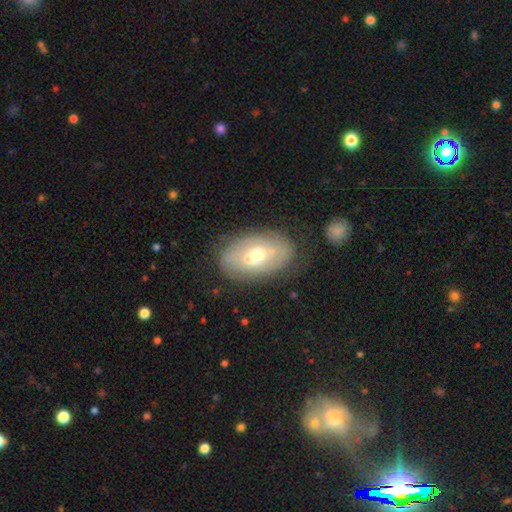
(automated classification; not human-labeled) The model was most divided on "smooth or featured": featured or disk: 49%, smooth: 44%, star or artifact: 8%. More confident: merging — none (67%).